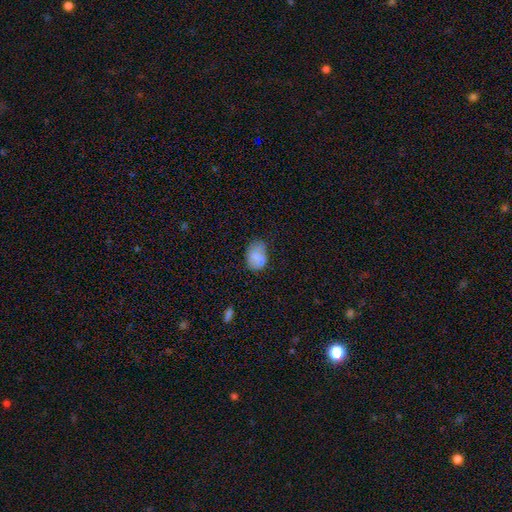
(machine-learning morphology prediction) This is likely a smooth galaxy (74%). How rounded: likely in between (78%). Merging: possibly none (46%).